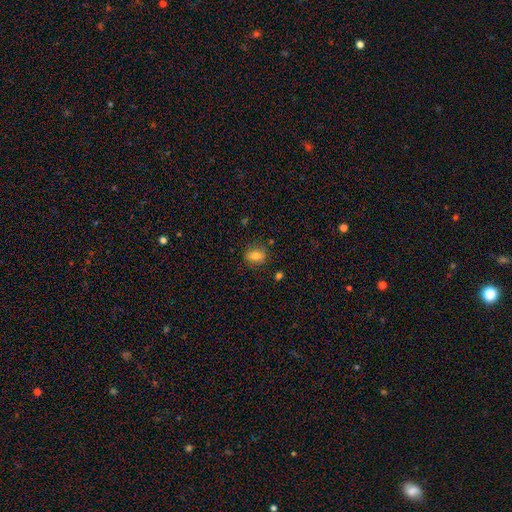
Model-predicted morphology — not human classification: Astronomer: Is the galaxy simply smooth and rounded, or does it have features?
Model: smooth — 78%.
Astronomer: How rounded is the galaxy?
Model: in between — 59% (runner-up: round, 39%).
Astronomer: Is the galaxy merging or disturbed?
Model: none — 82%.